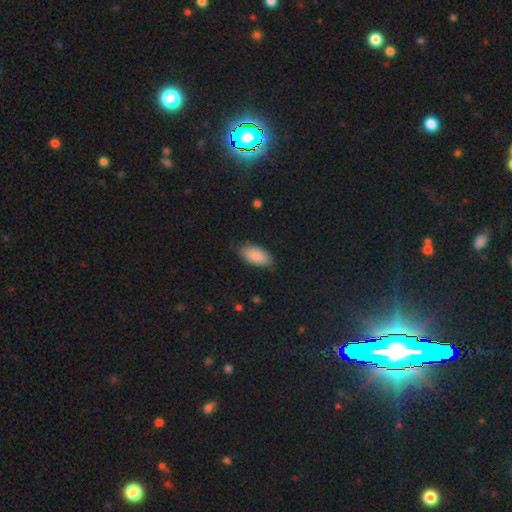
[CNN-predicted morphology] This is clearly a smooth galaxy (88%). How rounded: clearly in between (92%). Merging: likely none (78%).